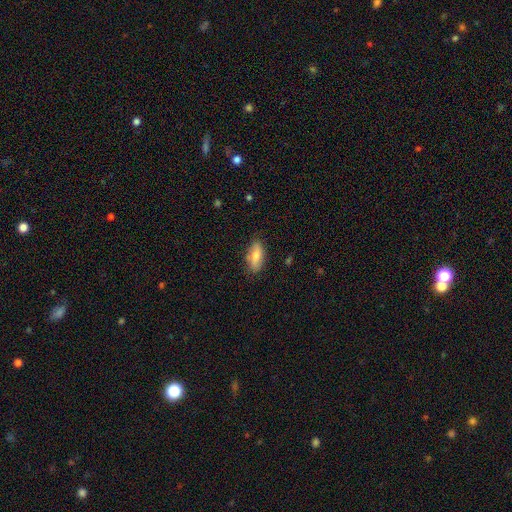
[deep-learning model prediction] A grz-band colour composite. It shows a smooth galaxy with no disk features (77%) that is in between round and cigar-shaped (81%). Merging: none (80%).